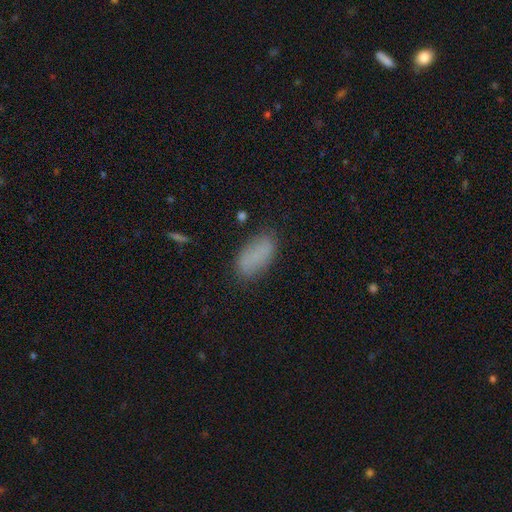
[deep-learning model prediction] Morphology: type=smooth (79%); roundness=in between (91%); merging=none (78%).